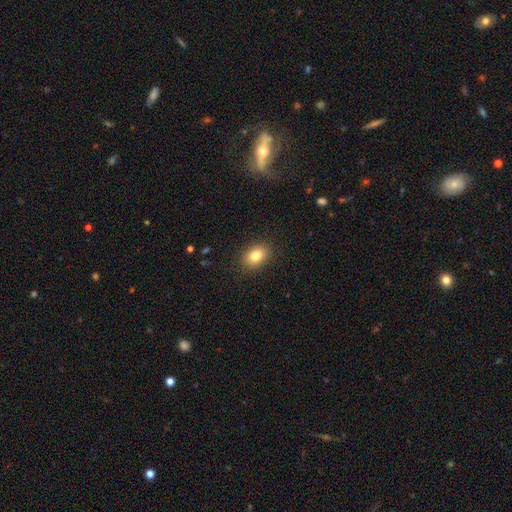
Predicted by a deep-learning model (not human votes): Smooth or featured? smooth (82%)
How rounded? in between (75%)
Merging? none (88%)